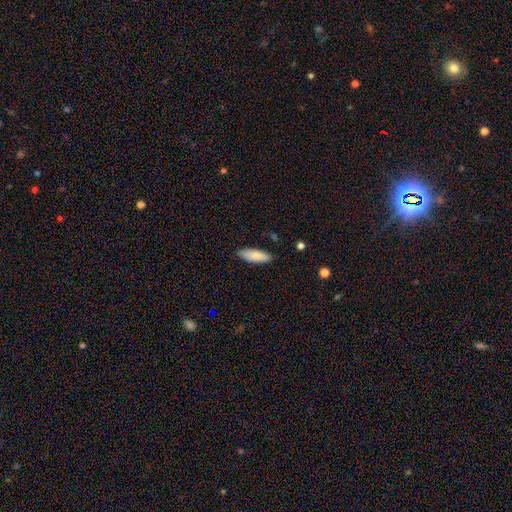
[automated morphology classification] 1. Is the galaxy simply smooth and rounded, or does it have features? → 84% smooth, 11% featured or disk, 6% star or artifact.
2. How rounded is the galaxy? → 62% in between, 36% cigar-shaped, 2% round.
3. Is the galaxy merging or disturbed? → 87% none, 10% minor disturbance, 2% major disturbance, 1% merger.